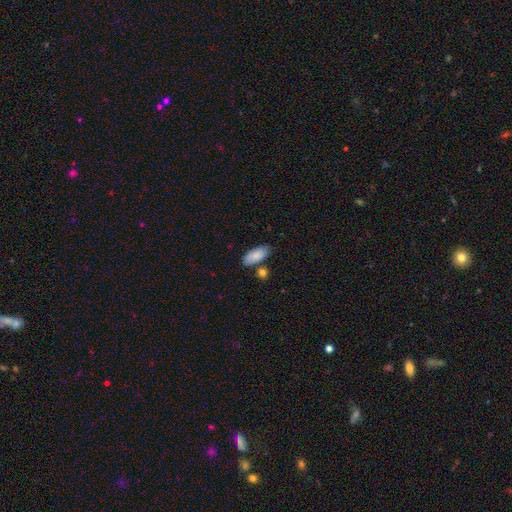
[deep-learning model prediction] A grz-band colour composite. It shows a smooth galaxy with no disk features (85%) that is in between round and cigar-shaped (88%). Merging: none (74%).